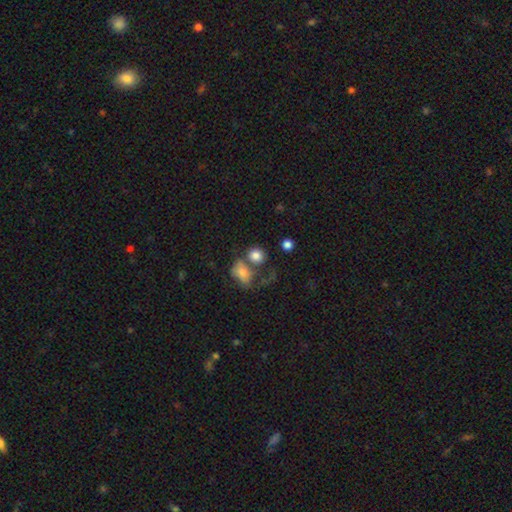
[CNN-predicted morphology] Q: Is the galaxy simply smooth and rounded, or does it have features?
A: smooth — 81%.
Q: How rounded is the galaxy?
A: round — 73%.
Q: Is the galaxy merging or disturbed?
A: none — 47%.